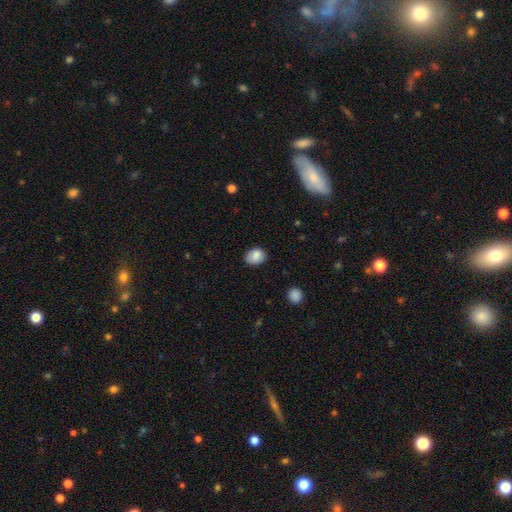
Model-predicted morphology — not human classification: Smooth or featured?
  - smooth: 87% *
  - star or artifact: 8%
  - featured or disk: 5%
How rounded?
  - in between: 54% *
  - round: 45%
  - cigar-shaped: 1%
Merging?
  - none: 81% *
  - minor disturbance: 15%
  - major disturbance: 3%
  - merger: 1%